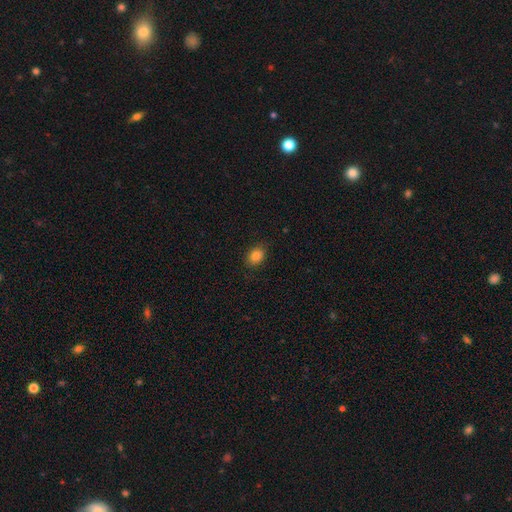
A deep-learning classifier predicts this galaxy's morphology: This is clearly a smooth galaxy (85%). How rounded: likely in between (66%). Merging: clearly none (84%).